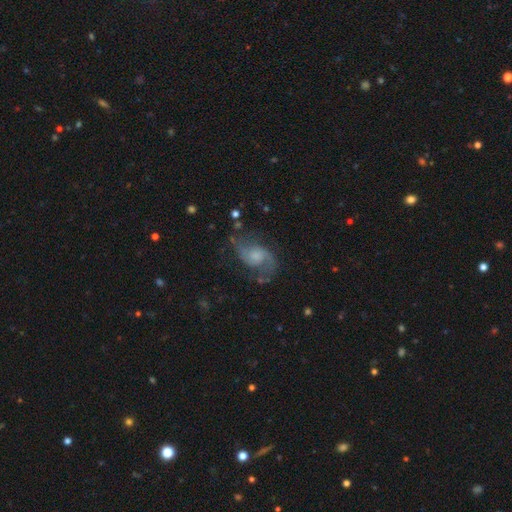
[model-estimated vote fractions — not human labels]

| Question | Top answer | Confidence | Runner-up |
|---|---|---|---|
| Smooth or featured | featured or disk | 81% | smooth (12%) |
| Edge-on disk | no | 97% | yes (3%) |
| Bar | no | 64% | weak (32%) |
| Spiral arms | yes | 94% | no (6%) |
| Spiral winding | loose | 51% | medium (40%) |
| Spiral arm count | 2 | 89% | 1 (4%) |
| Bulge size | small | 32% | tied: moderate (32%) |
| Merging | none | 63% | minor disturbance (20%) |